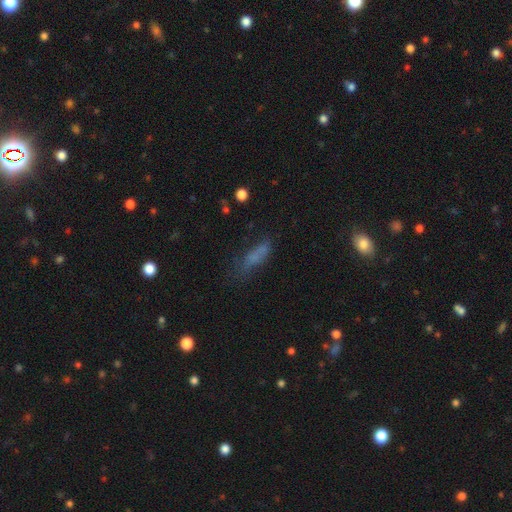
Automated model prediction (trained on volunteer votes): Smooth or featured?
  - smooth: 62% *
  - featured or disk: 21%
  - star or artifact: 17%
How rounded?
  - cigar-shaped: 50% *
  - in between: 46%
  - round: 4%
Merging?
  - none: 46% *
  - minor disturbance: 27%
  - major disturbance: 22%
  - merger: 5%